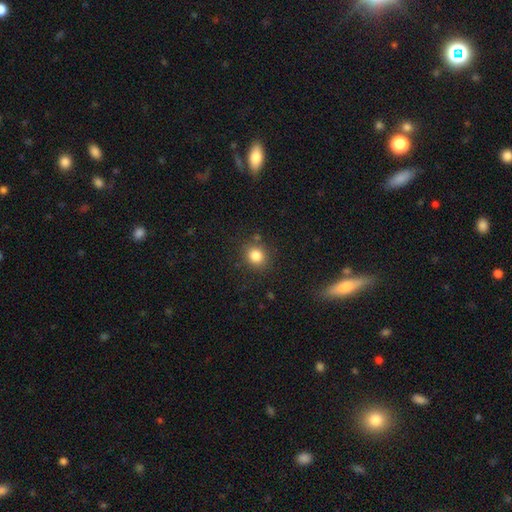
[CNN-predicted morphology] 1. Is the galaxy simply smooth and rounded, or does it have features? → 83% smooth, 12% star or artifact, 6% featured or disk.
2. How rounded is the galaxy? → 81% round, 18% in between, 1% cigar-shaped.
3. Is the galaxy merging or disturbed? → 83% none, 10% minor disturbance, 4% merger, 3% major disturbance.